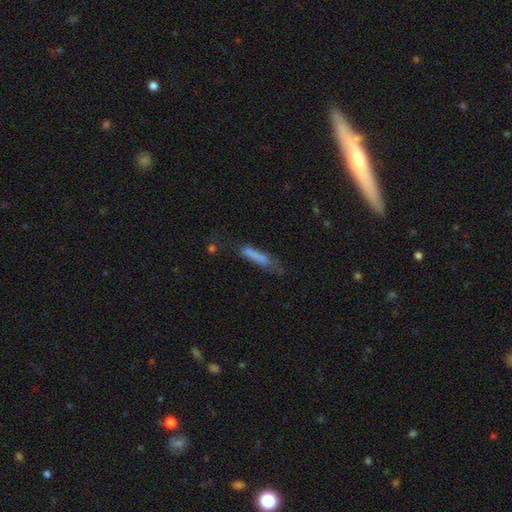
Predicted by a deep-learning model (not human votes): Smooth or featured? Predicted: smooth (p=0.69). How rounded? Predicted: cigar-shaped (p=0.86). Merging? Predicted: none (p=0.48).